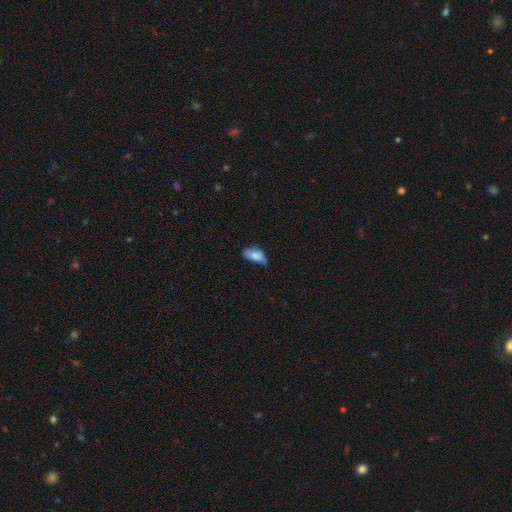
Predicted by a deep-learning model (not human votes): Morphology: type=smooth (73%); roundness=in between (92%); merging=minor disturbance (44%).